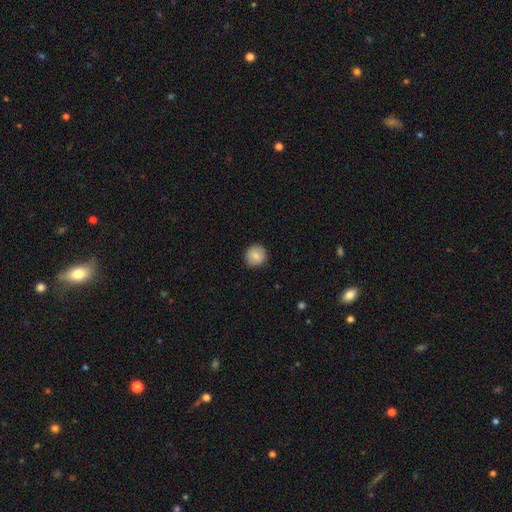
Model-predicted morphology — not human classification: Smooth or featured? Predicted: smooth (p=0.85). How rounded? Predicted: round (p=0.92). Merging? Predicted: none (p=0.90).